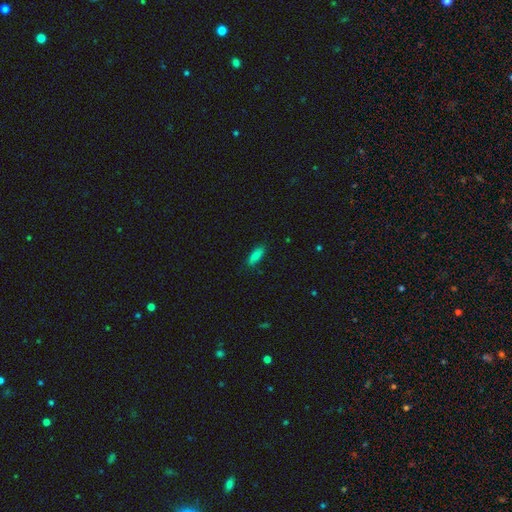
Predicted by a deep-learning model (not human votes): Overall: smooth (82%). How rounded: in between (64%; cigar-shaped 34%). Merging: none (84%).